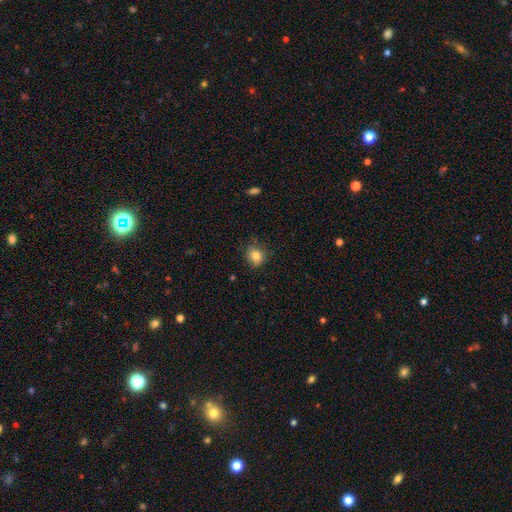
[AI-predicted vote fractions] Smooth or featured? Predicted: smooth (p=0.82). How rounded? Predicted: round (p=0.69). Merging? Predicted: none (p=0.77).